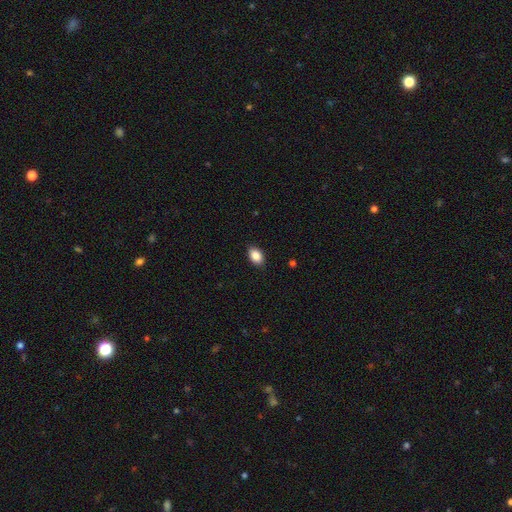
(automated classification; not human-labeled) The model was most divided on "how rounded": in between: 87%, round: 11%, cigar-shaped: 1%. More confident: smooth or featured — smooth (88%); merging — none (88%).